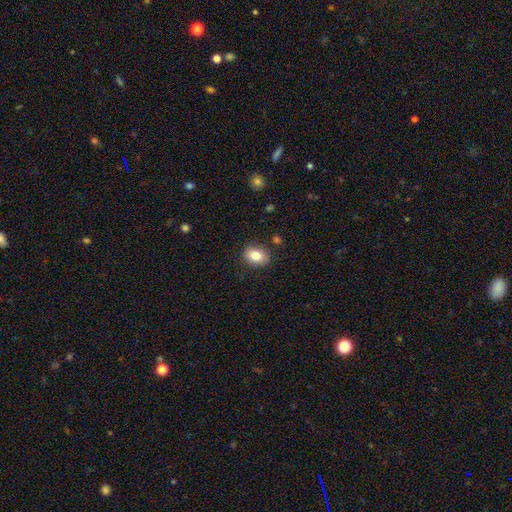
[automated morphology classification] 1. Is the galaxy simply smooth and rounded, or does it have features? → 83% smooth, 9% star or artifact, 9% featured or disk.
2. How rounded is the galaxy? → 63% in between, 35% round, 1% cigar-shaped.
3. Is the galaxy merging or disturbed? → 84% none, 11% minor disturbance, 3% major disturbance, 2% merger.